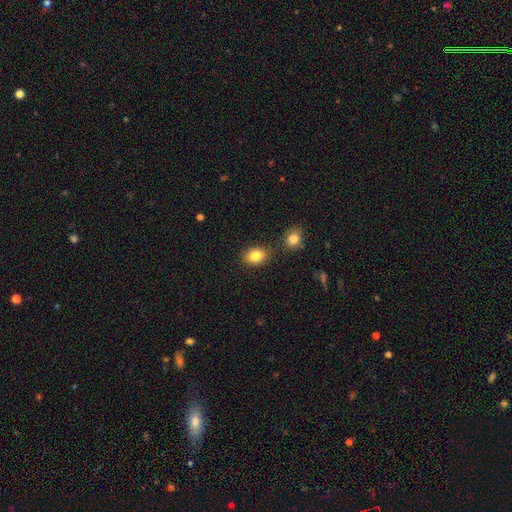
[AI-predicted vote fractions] smooth 84%, star or artifact 9%, featured or disk 7%. Down the decision tree: how rounded — in between (65%); merging — none (79%).